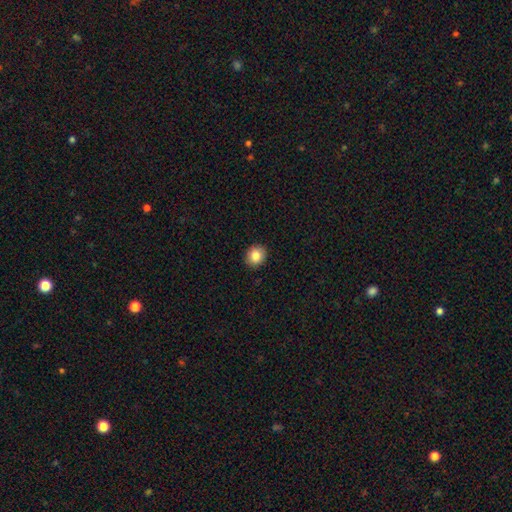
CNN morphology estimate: Smooth or featured? smooth (84%)
How rounded? round (75%)
Merging? none (91%)